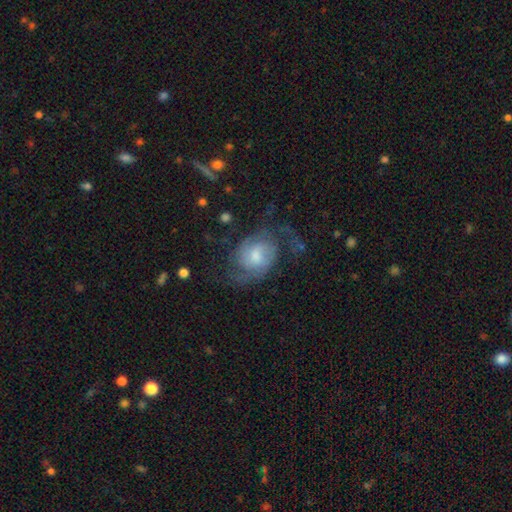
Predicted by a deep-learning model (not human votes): A featured or disk galaxy (76%) with no bar (53%), 2 (64%) medium (46%) spiral arms (92%) and a moderate central bulge (52%). Merging: none (55%).